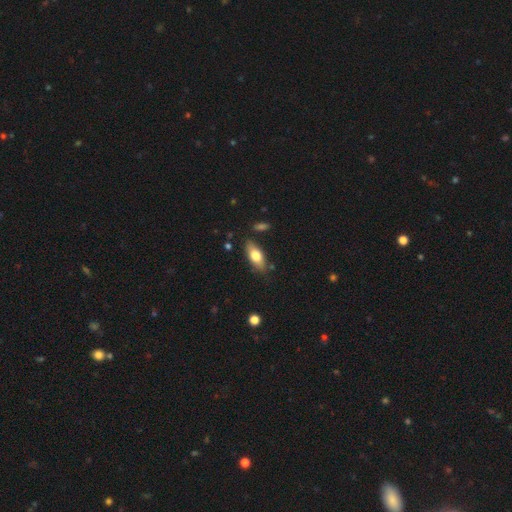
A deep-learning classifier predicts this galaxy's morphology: A smooth galaxy with no disk features (71%) that is in between round and cigar-shaped (80%). Merging: none (80%).